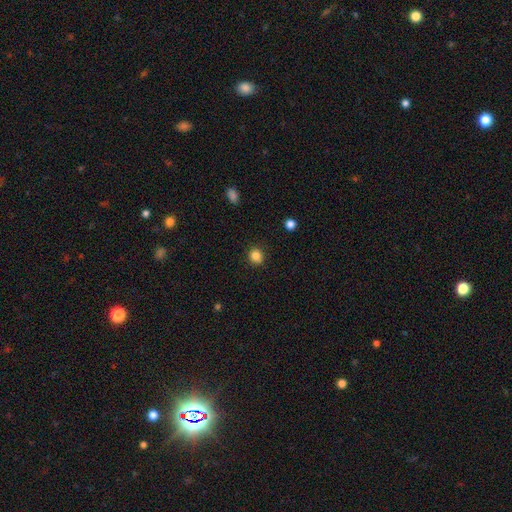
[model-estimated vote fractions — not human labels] Smooth or featured? Predicted: smooth (p=0.84). How rounded? Predicted: round (p=0.84). Merging? Predicted: none (p=0.89).